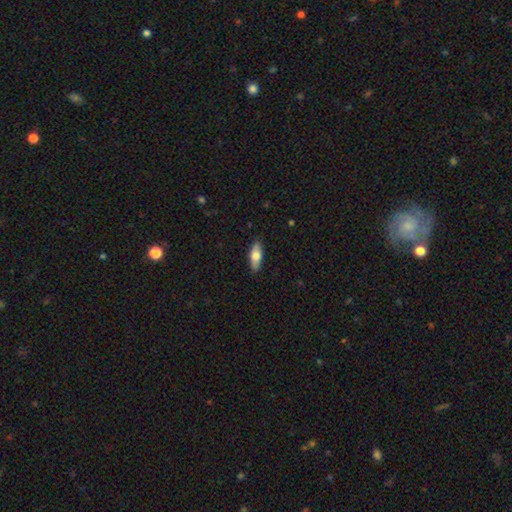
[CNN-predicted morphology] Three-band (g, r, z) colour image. It shows a smooth galaxy with no disk features (68%) that is in between round and cigar-shaped (72%). Merging: none (87%).